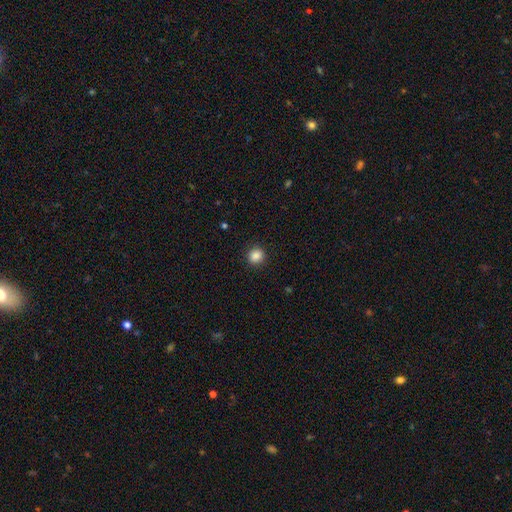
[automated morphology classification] type=smooth (87%); roundness=round (88%); merging=none (91%).